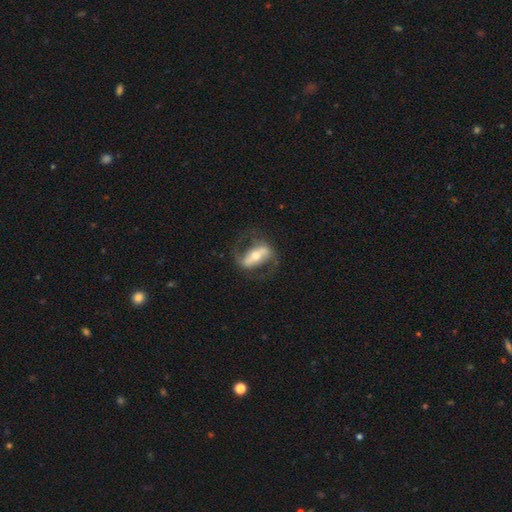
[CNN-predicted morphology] smooth_or_featured: featured or disk (p=0.77) [alt: smooth p=0.18]
disk_edge_on: no (p=0.88) [alt: yes p=0.12]
bar: strong (p=0.65) [alt: weak p=0.20]
has_spiral_arms: yes (p=0.80) [alt: no p=0.20]
spiral_winding: medium (p=0.48) [alt: loose p=0.33]
spiral_arm_count: 2 (p=0.87) [alt: can't tell p=0.07]
bulge_size: moderate (p=0.61) [alt: small p=0.28]
merging: none (p=0.69) [alt: minor disturbance p=0.15]